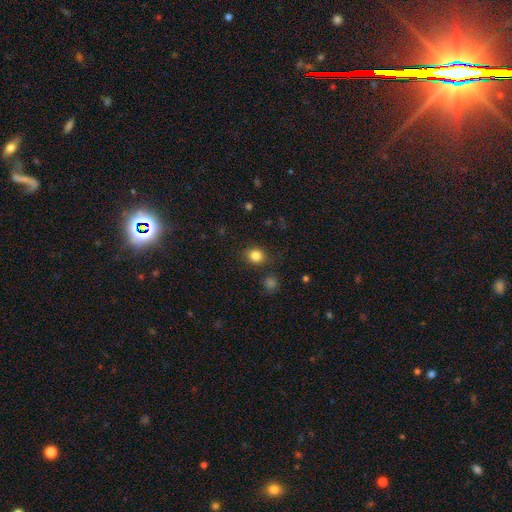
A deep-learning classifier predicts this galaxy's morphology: A smooth galaxy with no disk features (83%) that is round (76%). Merging: none (84%).